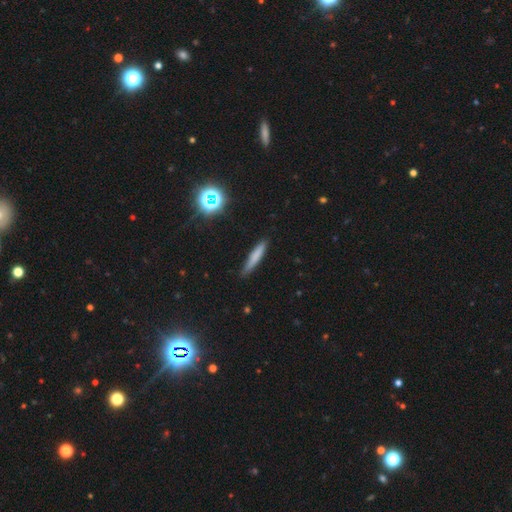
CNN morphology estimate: smooth-or-featured: smooth: 72% | featured or disk: 18% | star or artifact: 10%
  how-rounded: cigar-shaped: 91% | in between: 7% | round: 2%
  merging: none: 82% | minor disturbance: 14% | major disturbance: 3% | merger: 2%